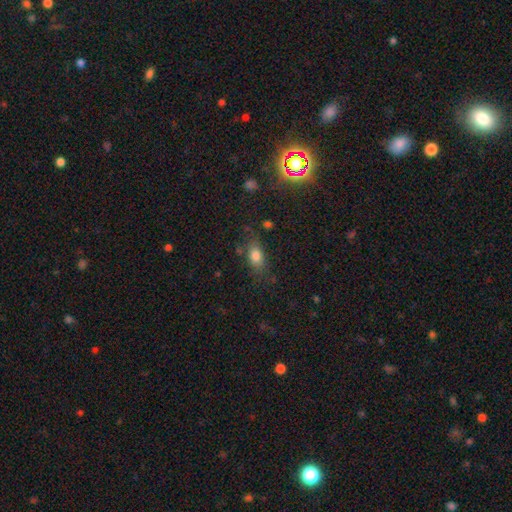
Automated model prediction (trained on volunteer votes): Q: Smooth or featured?
A: smooth (79%); runner-up: star or artifact (11%)
Q: How rounded?
A: in between (79%); runner-up: round (14%)
Q: Merging?
A: none (68%); runner-up: minor disturbance (19%)